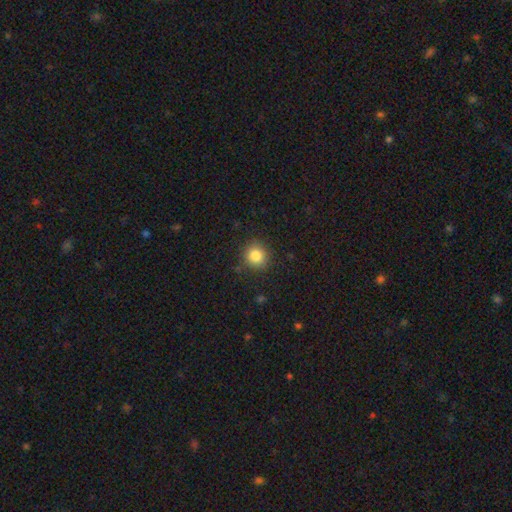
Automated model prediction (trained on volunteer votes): The model was most divided on "smooth or featured": smooth: 83%, star or artifact: 11%, featured or disk: 6%. More confident: how rounded — round (89%); merging — none (87%).